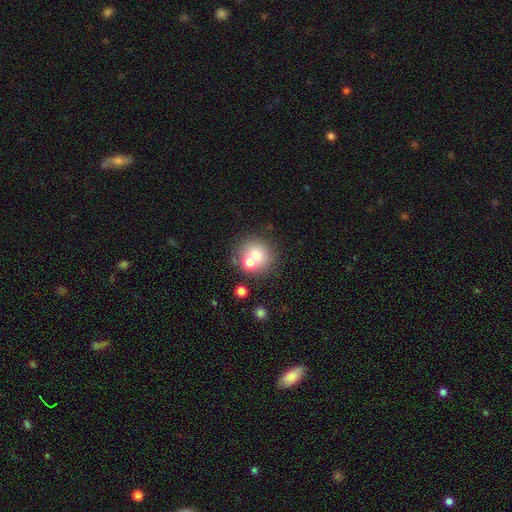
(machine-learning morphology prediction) Smooth or featured? Predicted: smooth (p=0.67). How rounded? Predicted: round (p=0.90). Merging? Predicted: none (p=0.57).